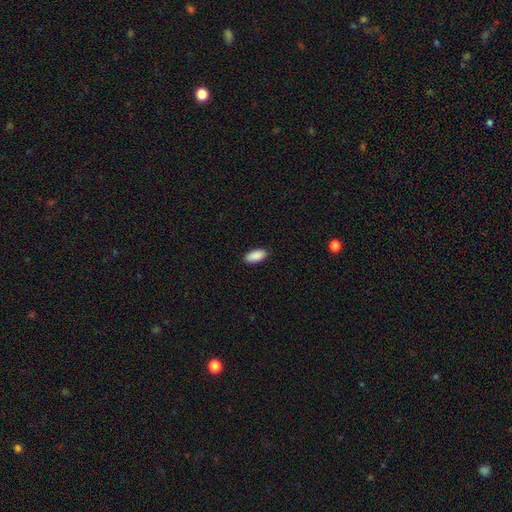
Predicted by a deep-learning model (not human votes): Q: Smooth or featured?
A: smooth (91%); runner-up: star or artifact (6%)
Q: How rounded?
A: in between (90%); runner-up: cigar-shaped (9%)
Q: Merging?
A: none (89%); runner-up: minor disturbance (8%)